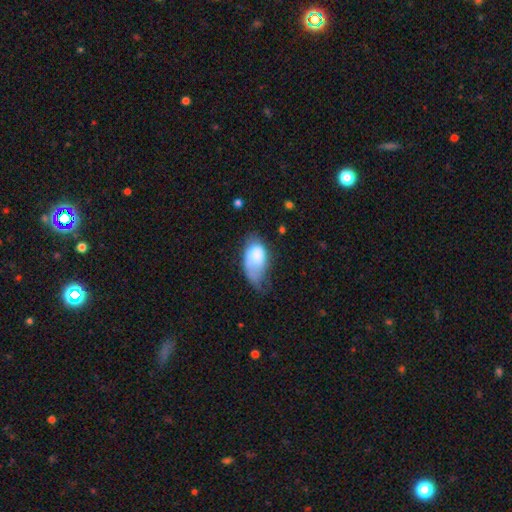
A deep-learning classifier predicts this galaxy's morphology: smooth-or-featured: smooth: 71% | featured or disk: 22% | star or artifact: 7%
  how-rounded: in between: 92% | round: 5% | cigar-shaped: 2%
  merging: minor disturbance: 37% (tied) | major disturbance: 37% (tied) | none: 21% | merger: 4%